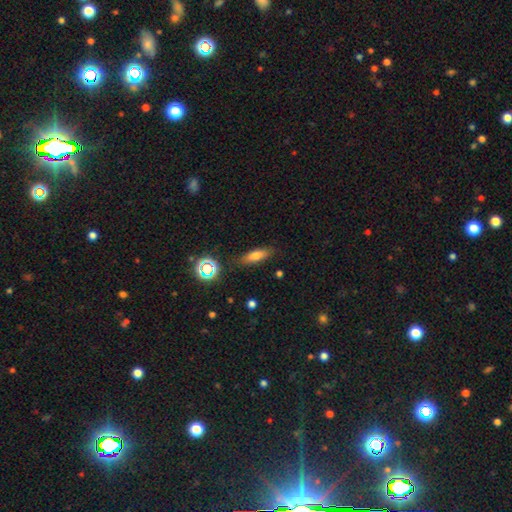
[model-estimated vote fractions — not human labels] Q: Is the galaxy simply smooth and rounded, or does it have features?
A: smooth — 71%.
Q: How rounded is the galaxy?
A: in between — 55%.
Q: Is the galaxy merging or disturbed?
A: none — 83%.